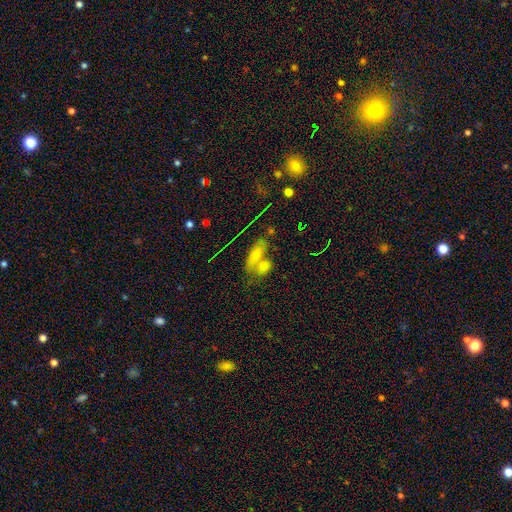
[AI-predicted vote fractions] This appears to be a smooth galaxy with no disk features (41%). Merging: merger (45%).